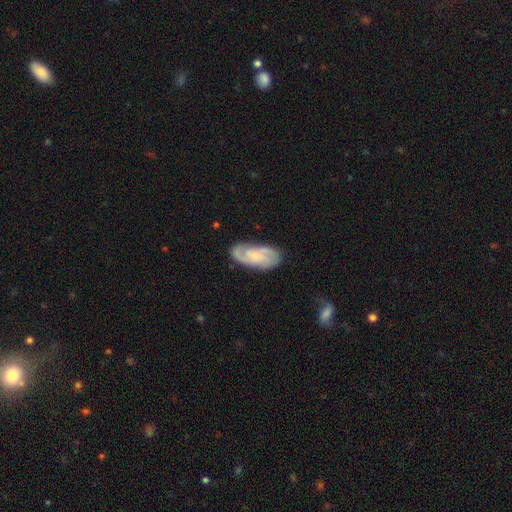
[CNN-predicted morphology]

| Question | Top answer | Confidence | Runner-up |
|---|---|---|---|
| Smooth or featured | featured or disk | 73% | smooth (21%) |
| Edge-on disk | no | 96% | yes (4%) |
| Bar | no | 64% | weak (31%) |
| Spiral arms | yes | 95% | no (5%) |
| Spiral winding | medium | 44% | tight (40%) |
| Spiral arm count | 2 | 44% | 3 (24%) |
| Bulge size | small | 61% | moderate (19%) |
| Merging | none | 74% | minor disturbance (19%) |